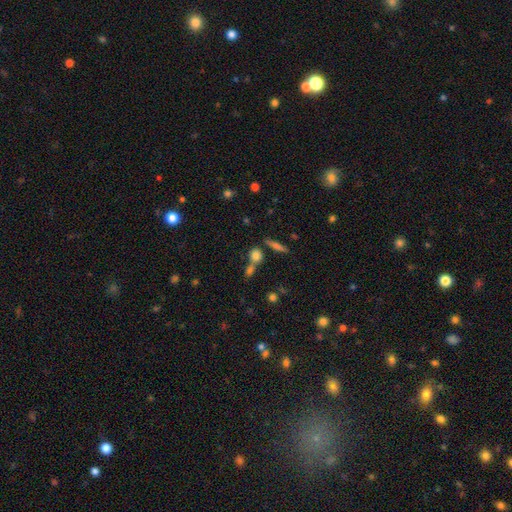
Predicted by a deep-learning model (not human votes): Q: Smooth or featured?
A: smooth (74%); runner-up: star or artifact (13%)
Q: How rounded?
A: round (55%); runner-up: in between (33%)
Q: Merging?
A: none (54%); runner-up: merger (33%)